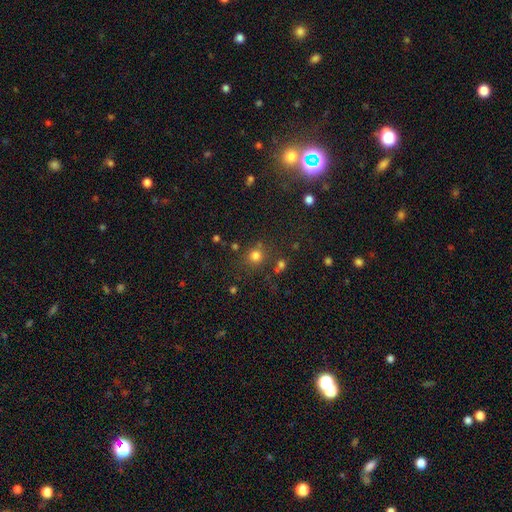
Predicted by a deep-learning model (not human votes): The model was most divided on "smooth or featured": smooth: 76%, star or artifact: 17%, featured or disk: 6%. More confident: how rounded — round (88%); merging — none (75%).